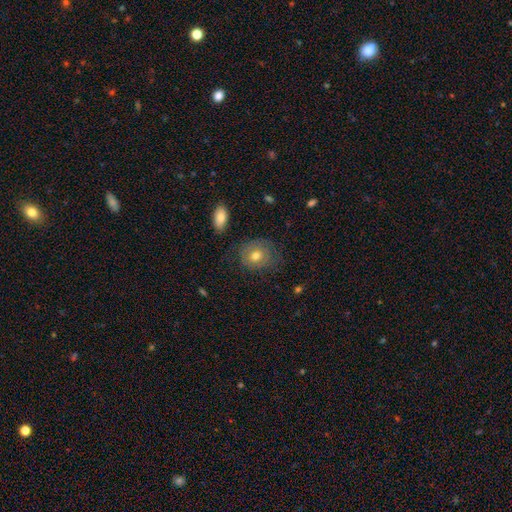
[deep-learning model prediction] A smooth galaxy with no disk features (61%) that is round (67%).

Vote fractions:
- Smooth or featured? smooth: 61% / featured or disk: 28% / star or artifact: 11%
- How rounded? round: 67% / in between: 32% / cigar-shaped: 1%
- Merging? none: 70% / minor disturbance: 20% / major disturbance: 9% / merger: 2%